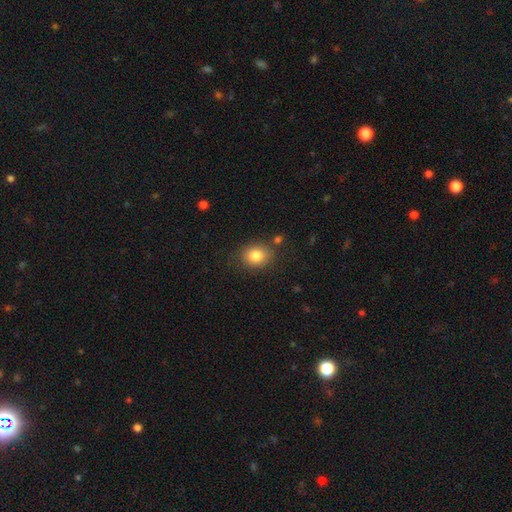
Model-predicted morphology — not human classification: Smooth or featured?
  - smooth: 82% *
  - star or artifact: 10%
  - featured or disk: 8%
How rounded?
  - round: 57% *
  - in between: 42%
  - cigar-shaped: 1%
Merging?
  - none: 80% *
  - minor disturbance: 12%
  - merger: 4%
  - major disturbance: 4%